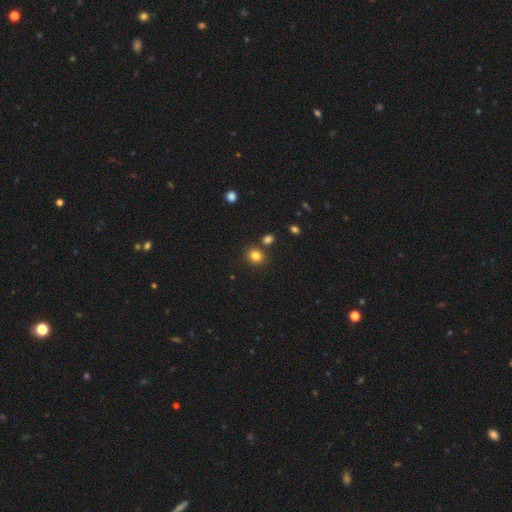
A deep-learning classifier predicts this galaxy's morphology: A smooth galaxy with no disk features (82%) that is round (78%).

Vote fractions:
- Smooth or featured? smooth: 82% / star or artifact: 12% / featured or disk: 6%
- How rounded? round: 78% / in between: 21% / cigar-shaped: 1%
- Merging? none: 80% / merger: 9% / minor disturbance: 9% / major disturbance: 3%